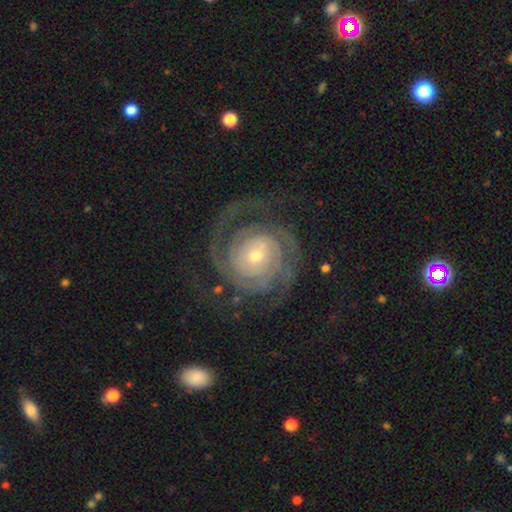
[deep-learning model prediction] Smooth or featured? featured or disk (91%)
Edge-on disk? no (98%)
Bar? no (69%)
Spiral arms? yes (98%)
Spiral winding? tight (72%)
Spiral arm count? 2 (47%)
Bulge size? small (57%)
Merging? none (72%)